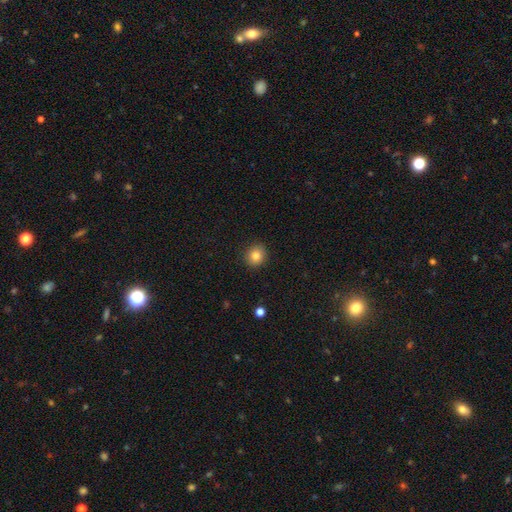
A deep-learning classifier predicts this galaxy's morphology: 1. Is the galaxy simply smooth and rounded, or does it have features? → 83% smooth, 10% star or artifact, 6% featured or disk.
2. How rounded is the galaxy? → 85% round, 14% in between, 1% cigar-shaped.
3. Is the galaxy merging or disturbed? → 91% none, 6% minor disturbance, 2% major disturbance, 1% merger.